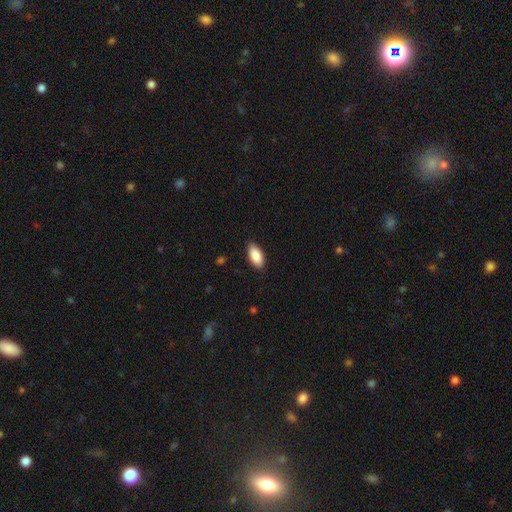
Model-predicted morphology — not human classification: This is clearly a smooth galaxy (89%). How rounded: clearly in between (93%). Merging: clearly none (87%).